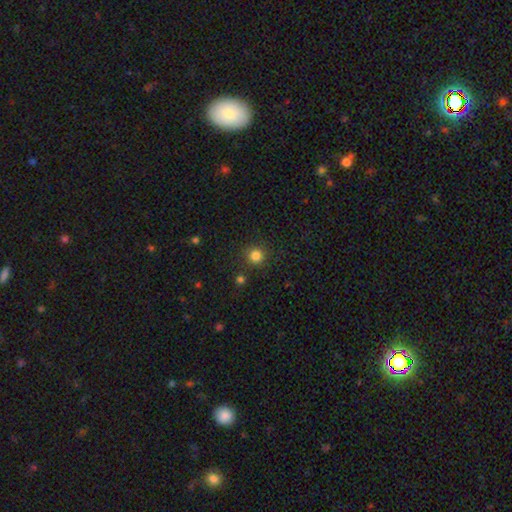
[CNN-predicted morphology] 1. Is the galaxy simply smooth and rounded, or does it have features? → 82% smooth, 14% star or artifact, 4% featured or disk.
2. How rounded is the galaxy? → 94% round, 5% in between, 1% cigar-shaped.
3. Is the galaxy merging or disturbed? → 88% none, 6% minor disturbance, 3% merger, 2% major disturbance.